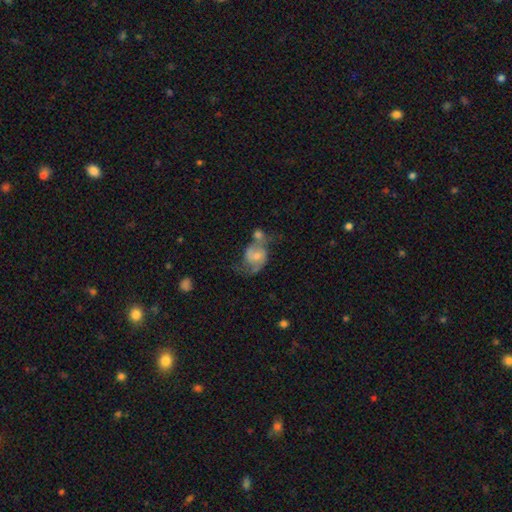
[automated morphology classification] type=featured or disk (66%); edge-on=no (97%); bar=no (57%); spiral arms=yes (86%); winding=medium (44%); arm count=2 (84%); bulge=small (49%); merging=merger (37%).